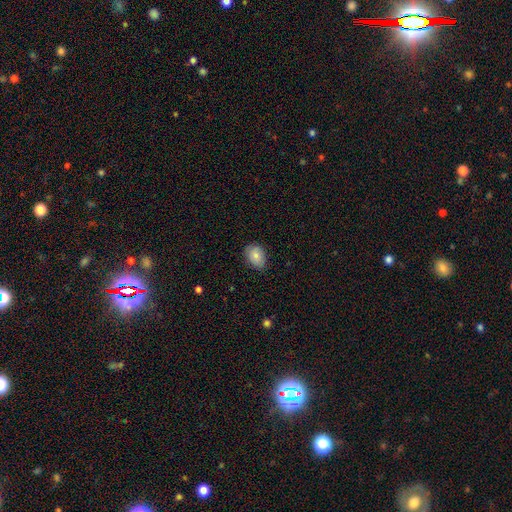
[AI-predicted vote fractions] This appears to be a smooth galaxy with no disk features (80%) that is in between round and cigar-shaped (76%). Merging: none (76%).